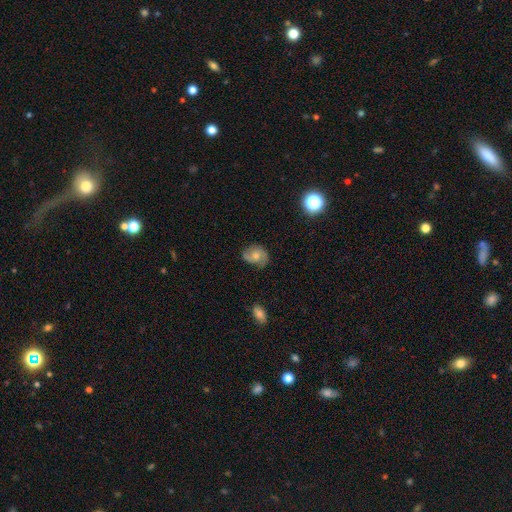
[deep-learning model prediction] This is possibly a featured or disk galaxy (55%). It is clearly not viewed edge-on (97%). Bar: likely no (72%). Spiral arm pattern: clearly yes (87%). Central bulge: possibly moderate (57%). Merging: likely none (69%).